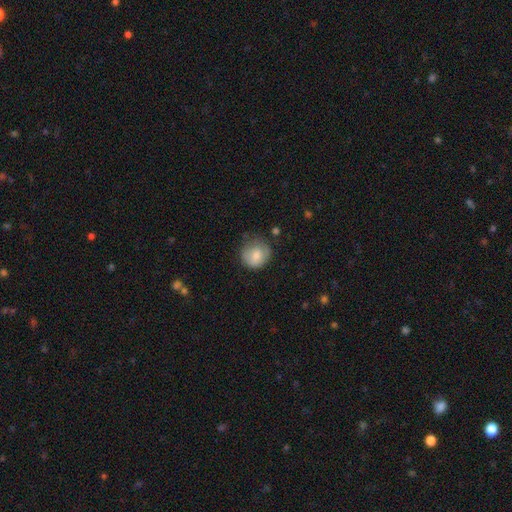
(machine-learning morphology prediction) Q: Smooth or featured?
A: smooth (73%); runner-up: featured or disk (20%)
Q: How rounded?
A: round (80%); runner-up: in between (19%)
Q: Merging?
A: none (58%); runner-up: minor disturbance (29%)